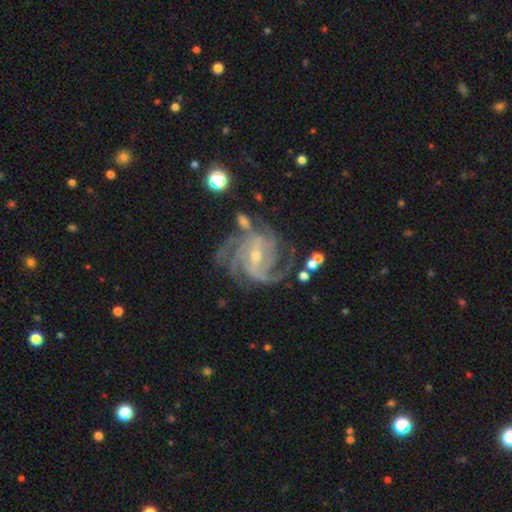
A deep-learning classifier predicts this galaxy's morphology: A featured or disk galaxy (92%) with a weak bar (44%), 4 (46%) tight (52%) spiral arms (98%) and a small central bulge (66%). Merging: none (67%).